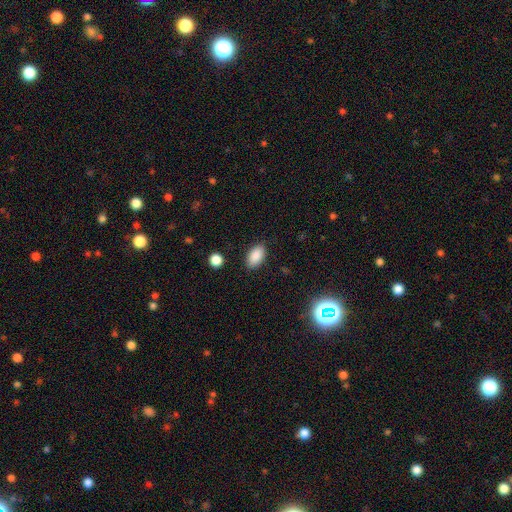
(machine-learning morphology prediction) This is clearly a smooth galaxy (88%). How rounded: clearly in between (93%). Merging: clearly none (86%).